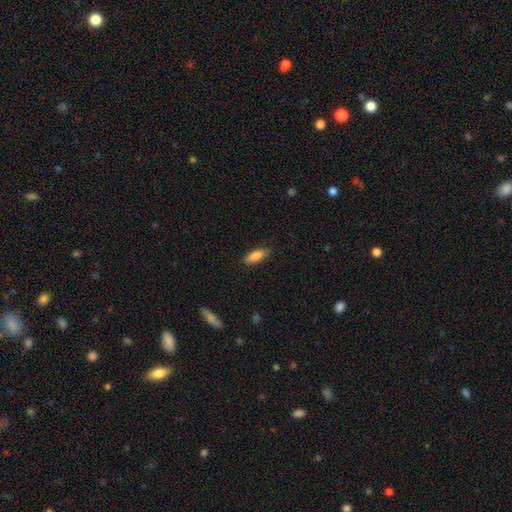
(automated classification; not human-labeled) A smooth galaxy with no disk features (81%) that is in between round and cigar-shaped (64%).

Vote fractions:
- Smooth or featured? smooth: 81% / featured or disk: 12% / star or artifact: 6%
- How rounded? in between: 64% / cigar-shaped: 34% / round: 2%
- Merging? none: 85% / minor disturbance: 11% / major disturbance: 2% / merger: 1%